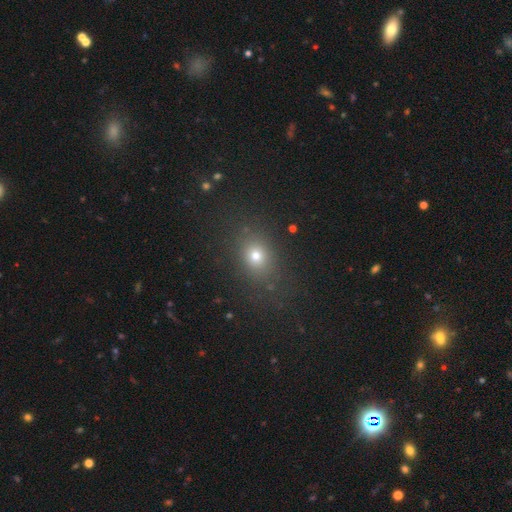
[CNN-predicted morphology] smooth-or-featured: smooth: 71% | star or artifact: 19% | featured or disk: 10%
  how-rounded: round: 51% | in between: 48% | cigar-shaped: 2%
  merging: none: 82% | minor disturbance: 11% | major disturbance: 5% | merger: 2%